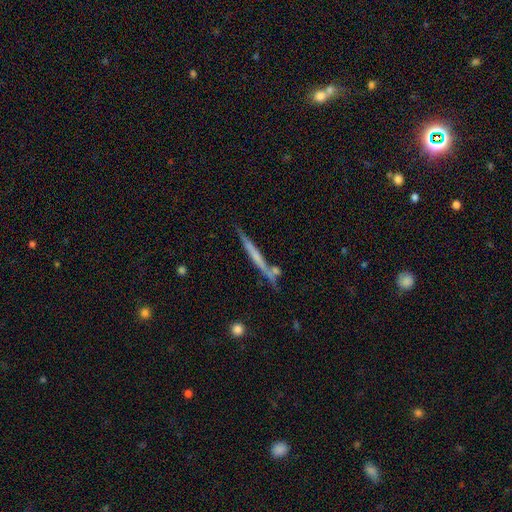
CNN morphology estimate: Smooth or featured?
  - featured or disk: 53% *
  - smooth: 40%
  - star or artifact: 7%
Edge-on disk?
  - yes: 95% *
  - no: 5%
Edge-on bulge?
  - none: 77% *
  - rounded: 14%
  - boxy: 8%
Merging?
  - none: 72% *
  - minor disturbance: 14%
  - merger: 10%
  - major disturbance: 4%